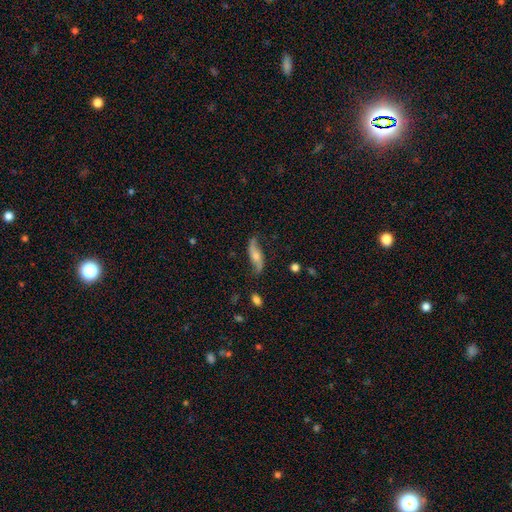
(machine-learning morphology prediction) Q: Smooth or featured?
A: featured or disk (69%); runner-up: smooth (24%)
Q: Edge-on disk?
A: no (78%); runner-up: yes (22%)
Q: Bar?
A: no (64%); runner-up: weak (24%)
Q: Spiral arms?
A: yes (90%); runner-up: no (10%)
Q: Bulge size?
A: moderate (50%); runner-up: small (38%)
Q: Merging?
A: none (72%); runner-up: minor disturbance (19%)